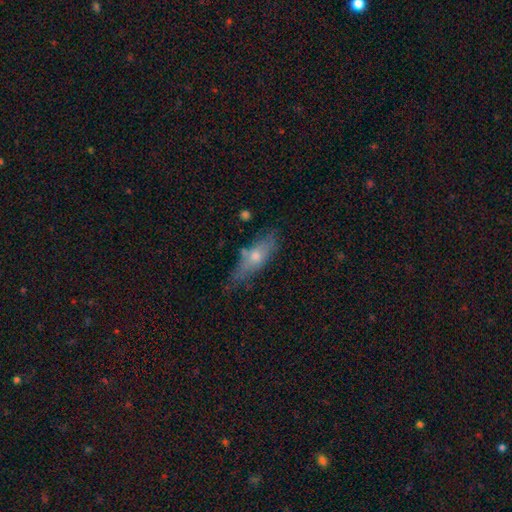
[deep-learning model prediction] The model was most divided on "smooth or featured": smooth: 46%, featured or disk: 45%, star or artifact: 9%. More confident: merging — none (63%).